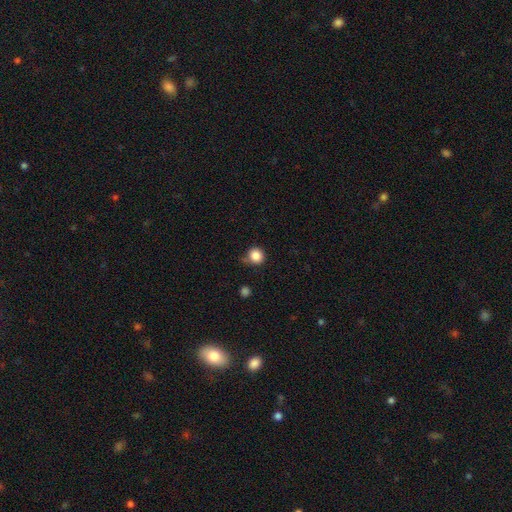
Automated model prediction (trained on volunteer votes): Overall: smooth (86%). How rounded: round (90%). Merging: none (70%).